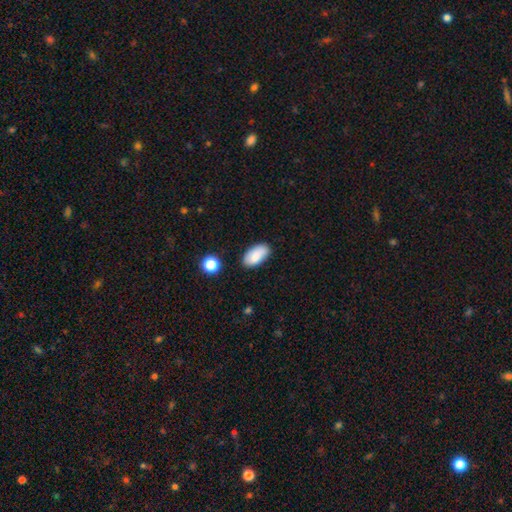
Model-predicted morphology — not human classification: Smooth or featured?
  - smooth: 83% *
  - featured or disk: 9%
  - star or artifact: 7%
How rounded?
  - in between: 94% *
  - cigar-shaped: 3%
  - round: 3%
Merging?
  - none: 80% *
  - minor disturbance: 15%
  - merger: 3%
  - major disturbance: 3%